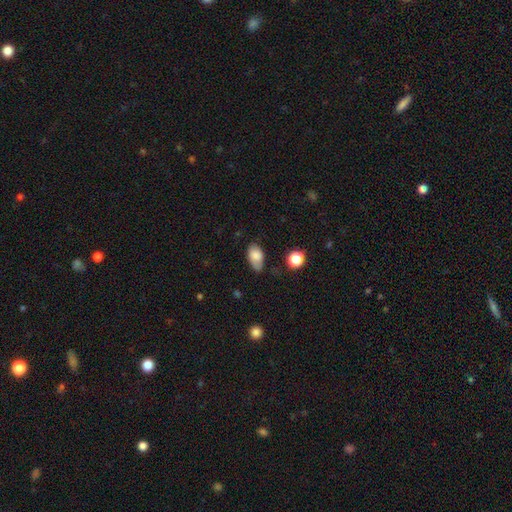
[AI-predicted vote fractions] Morphology: type=smooth (80%); roundness=in between (91%); merging=none (53%).